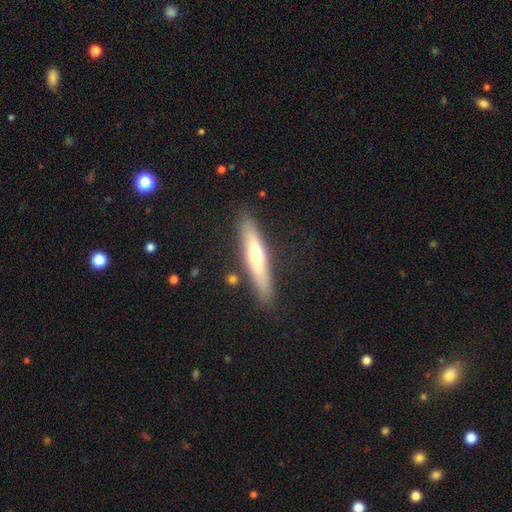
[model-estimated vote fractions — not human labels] featured or disk 50%, smooth 44%, star or artifact 6%. Down the decision tree: merging — none (85%).